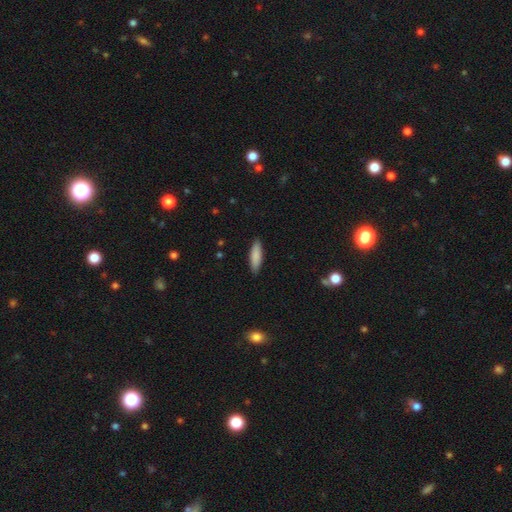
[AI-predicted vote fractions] Q: Smooth or featured?
A: smooth (86%); runner-up: featured or disk (8%)
Q: How rounded?
A: cigar-shaped (60%); runner-up: in between (39%)
Q: Merging?
A: none (88%); runner-up: minor disturbance (9%)